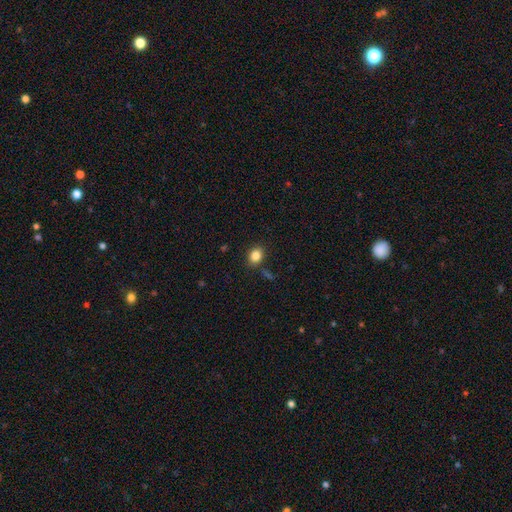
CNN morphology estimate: Smooth or featured? Predicted: smooth (p=0.84). How rounded? Predicted: in between (p=0.51). Merging? Predicted: none (p=0.82).